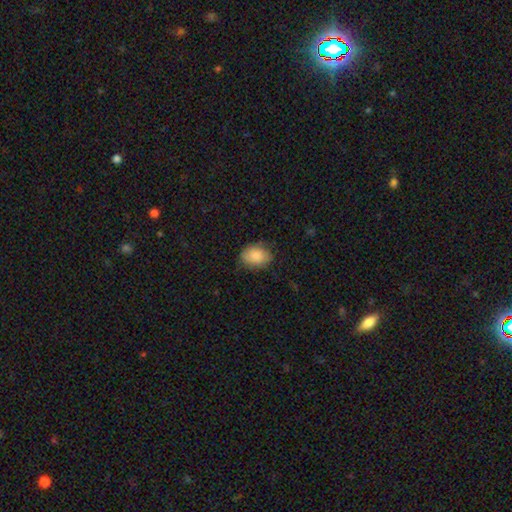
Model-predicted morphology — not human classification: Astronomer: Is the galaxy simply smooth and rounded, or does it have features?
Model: smooth — 85%.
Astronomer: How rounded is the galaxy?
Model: in between — 77%.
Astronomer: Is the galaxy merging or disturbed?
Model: none — 76%.